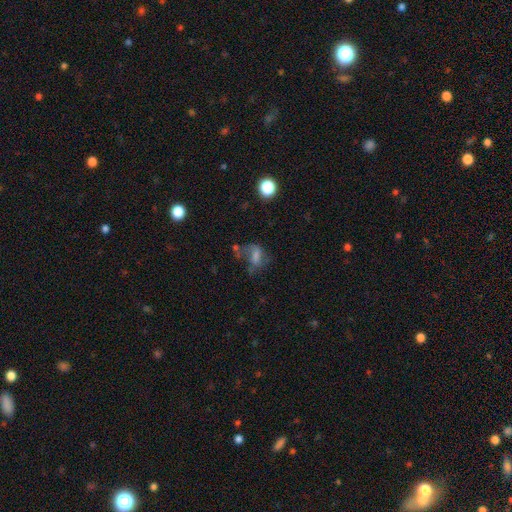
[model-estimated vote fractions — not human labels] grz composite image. It shows a smooth galaxy with no disk features (52%) that is in between round and cigar-shaped (76%). Merging: major disturbance (36%).